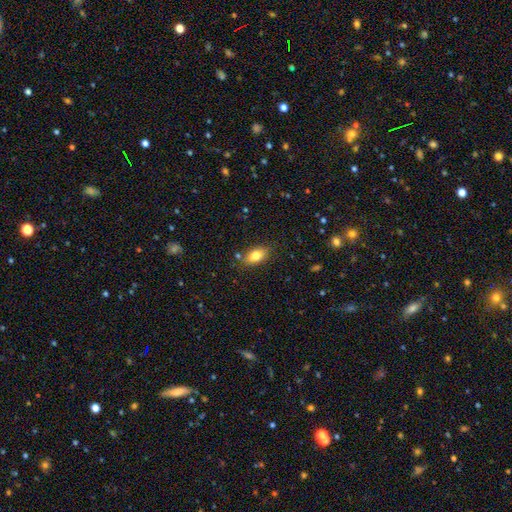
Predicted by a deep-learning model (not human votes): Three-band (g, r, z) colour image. It shows a smooth galaxy with no disk features (81%) that is in between round and cigar-shaped (87%). Merging: none (80%).